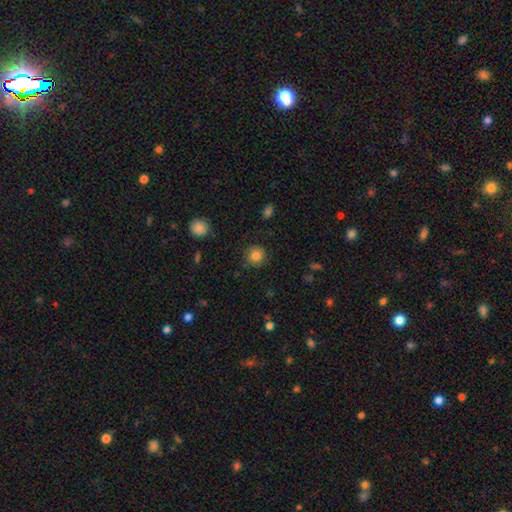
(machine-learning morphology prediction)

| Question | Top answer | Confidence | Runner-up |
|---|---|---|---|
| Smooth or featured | smooth | 84% | star or artifact (10%) |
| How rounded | round | 91% | in between (8%) |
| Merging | none | 86% | minor disturbance (9%) |